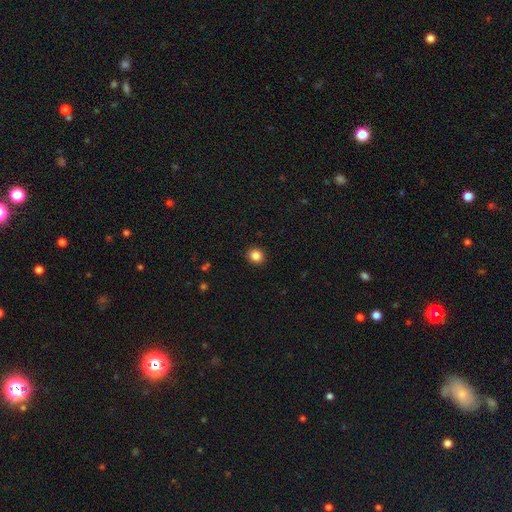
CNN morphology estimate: smooth_or_featured: smooth (p=0.86) [alt: star or artifact p=0.10]
how_rounded: round (p=0.83) [alt: in between p=0.16]
merging: none (p=0.92) [alt: minor disturbance p=0.05]